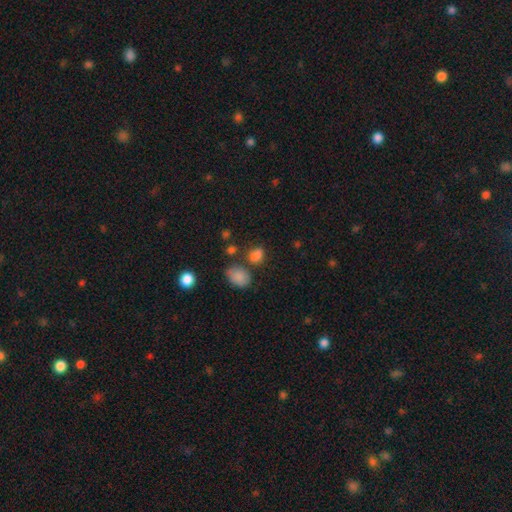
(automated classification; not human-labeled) Smooth or featured? Predicted: smooth (p=0.81). How rounded? Predicted: in between (p=0.70). Merging? Predicted: none (p=0.61).